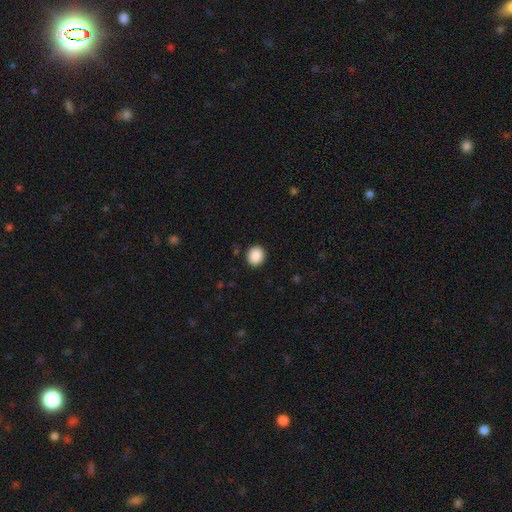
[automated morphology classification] This appears to be a smooth galaxy with no disk features (89%) that is round (79%). Merging: none (91%).